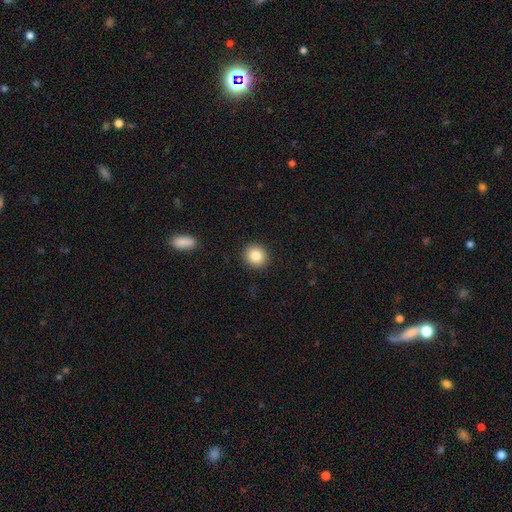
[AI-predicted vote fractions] Q: Smooth or featured?
A: smooth (85%); runner-up: star or artifact (9%)
Q: How rounded?
A: round (87%); runner-up: in between (12%)
Q: Merging?
A: none (92%); runner-up: minor disturbance (5%)